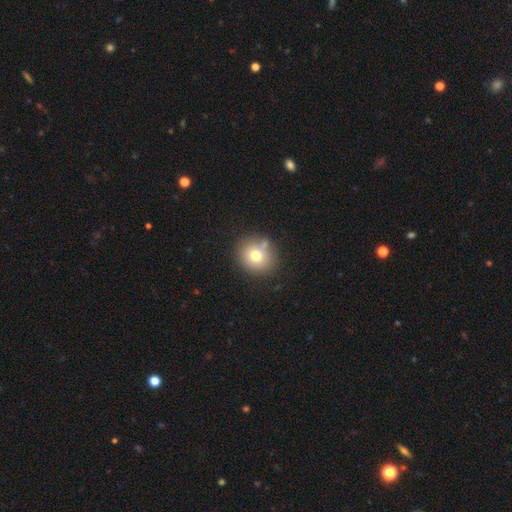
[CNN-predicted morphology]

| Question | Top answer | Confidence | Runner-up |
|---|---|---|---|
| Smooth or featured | smooth | 73% | featured or disk (15%) |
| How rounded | round | 82% | in between (17%) |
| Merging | none | 76% | minor disturbance (11%) |